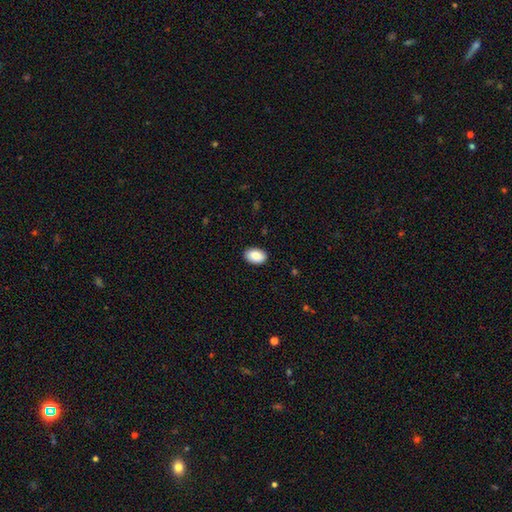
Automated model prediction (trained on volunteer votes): A smooth galaxy with no disk features (88%) that is in between round and cigar-shaped (90%). Merging: none (90%).